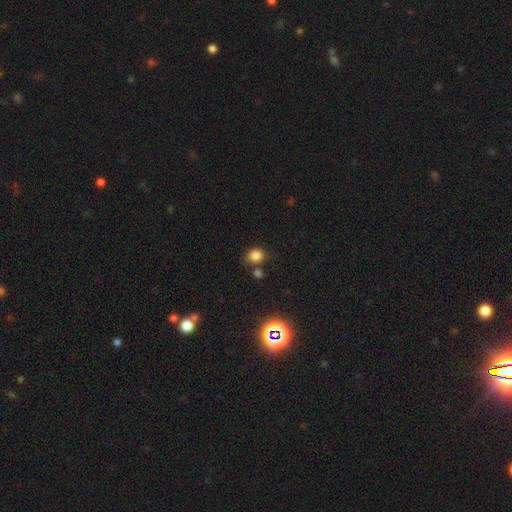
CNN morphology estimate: Smooth or featured?
  - smooth: 81% *
  - star or artifact: 14%
  - featured or disk: 5%
How rounded?
  - round: 65% *
  - in between: 34%
  - cigar-shaped: 1%
Merging?
  - none: 69% *
  - minor disturbance: 14%
  - merger: 12%
  - major disturbance: 4%